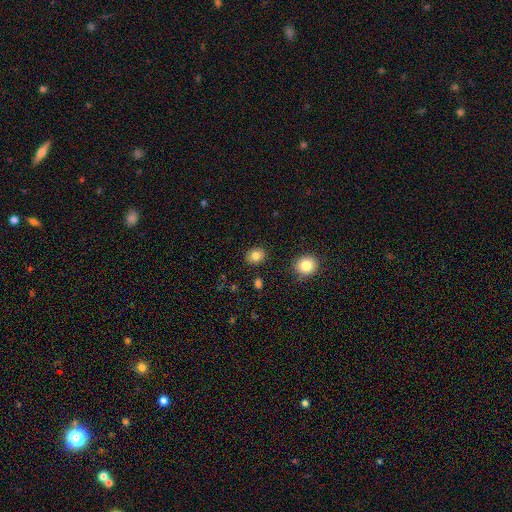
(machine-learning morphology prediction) smooth_or_featured: smooth (p=0.83) [alt: star or artifact p=0.10]
how_rounded: round (p=0.64) [alt: in between p=0.35]
merging: none (p=0.88) [alt: minor disturbance p=0.07]